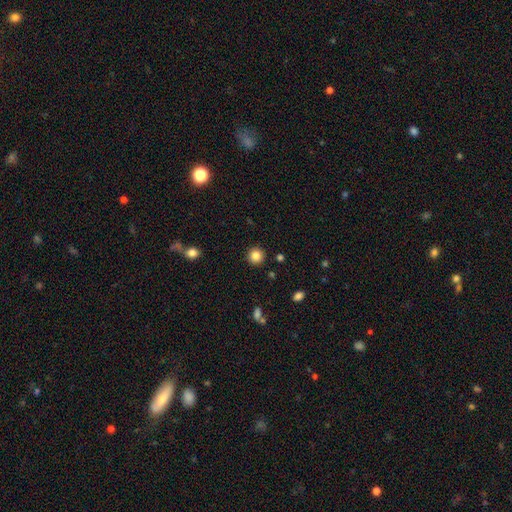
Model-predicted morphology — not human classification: smooth_or_featured: smooth (p=0.84) [alt: star or artifact p=0.11]
how_rounded: round (p=0.94) [alt: in between p=0.05]
merging: none (p=0.91) [alt: minor disturbance p=0.05]